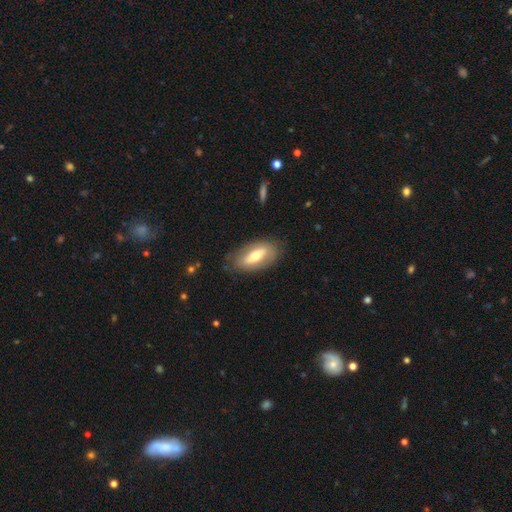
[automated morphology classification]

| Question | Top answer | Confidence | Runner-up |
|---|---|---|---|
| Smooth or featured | smooth | 53% | featured or disk (41%) |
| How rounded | in between | 84% | cigar-shaped (13%) |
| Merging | none | 78% | minor disturbance (15%) |